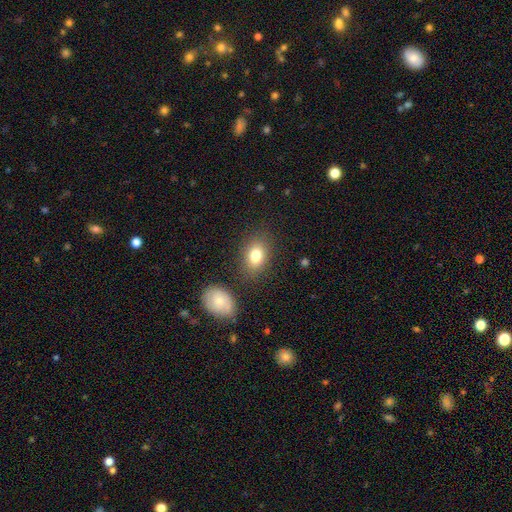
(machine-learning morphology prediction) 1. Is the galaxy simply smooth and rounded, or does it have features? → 80% smooth, 11% featured or disk, 9% star or artifact.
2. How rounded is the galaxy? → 76% in between, 22% round, 1% cigar-shaped.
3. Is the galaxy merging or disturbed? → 78% none, 12% minor disturbance, 6% merger, 4% major disturbance.